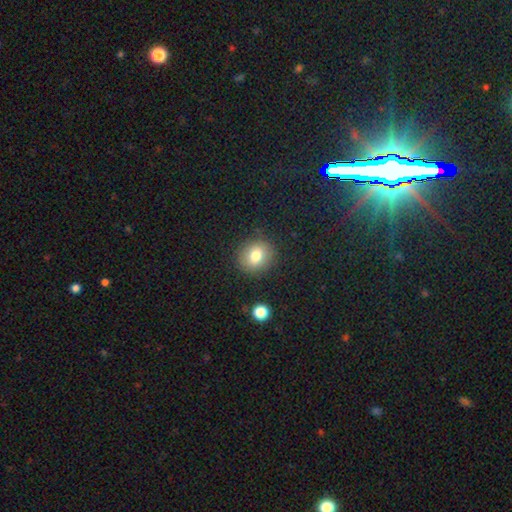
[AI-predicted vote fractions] Smooth or featured? Predicted: smooth (p=0.78). How rounded? Predicted: round (p=0.69). Merging? Predicted: none (p=0.86).